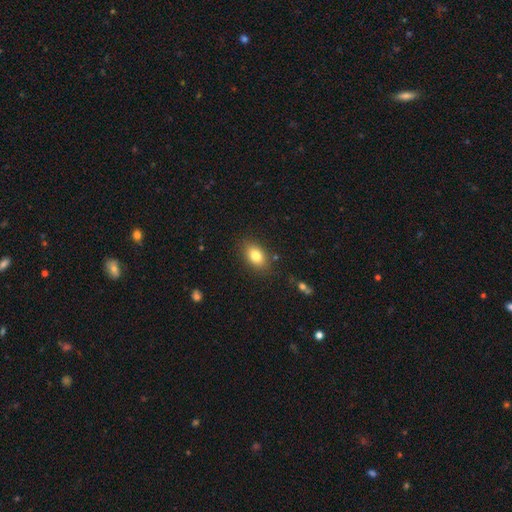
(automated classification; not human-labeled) The model was most divided on "smooth or featured": smooth: 81%, featured or disk: 10%, star or artifact: 9%. More confident: how rounded — in between (84%); merging — none (84%).